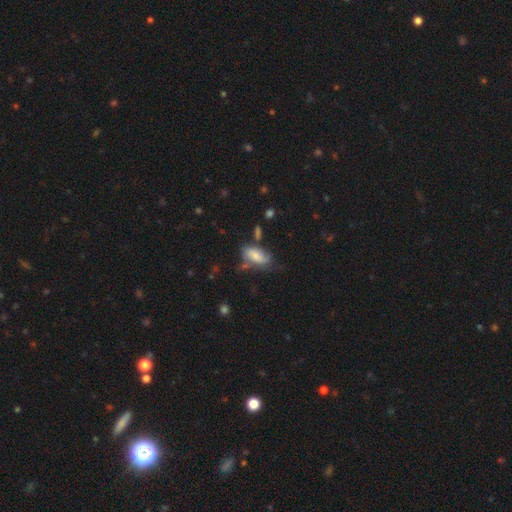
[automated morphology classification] A smooth galaxy with no disk features (58%) that is in between round and cigar-shaped (89%).

Vote fractions:
- Smooth or featured? smooth: 58% / featured or disk: 33% / star or artifact: 9%
- How rounded? in between: 89% / cigar-shaped: 6% / round: 5%
- Merging? none: 44% / minor disturbance: 30% / major disturbance: 16% / merger: 10%